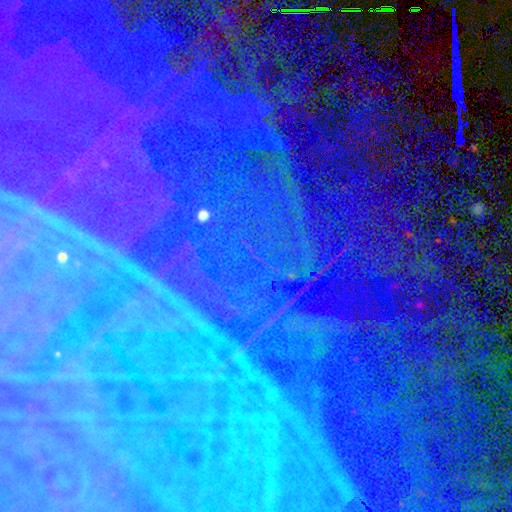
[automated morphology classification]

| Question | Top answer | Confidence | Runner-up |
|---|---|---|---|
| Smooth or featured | star or artifact | 78% | featured or disk (13%) |